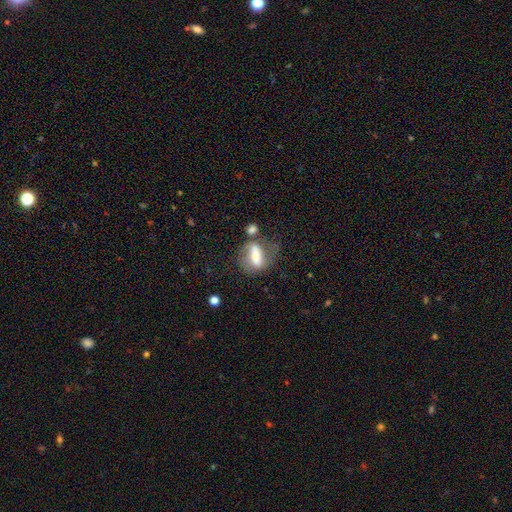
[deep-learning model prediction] Smooth or featured?
  - featured or disk: 51% *
  - smooth: 40%
  - star or artifact: 9%
Edge-on disk?
  - no: 85% *
  - yes: 15%
Merging?
  - none: 44% *
  - minor disturbance: 21%
  - major disturbance: 20%
  - merger: 15%